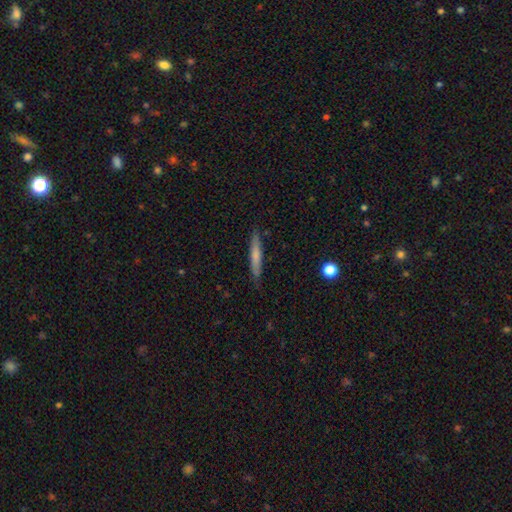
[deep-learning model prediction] smooth_or_featured: smooth (p=0.65) [alt: featured or disk p=0.29]
how_rounded: cigar-shaped (p=0.93) [alt: in between p=0.06]
merging: none (p=0.84) [alt: minor disturbance p=0.12]